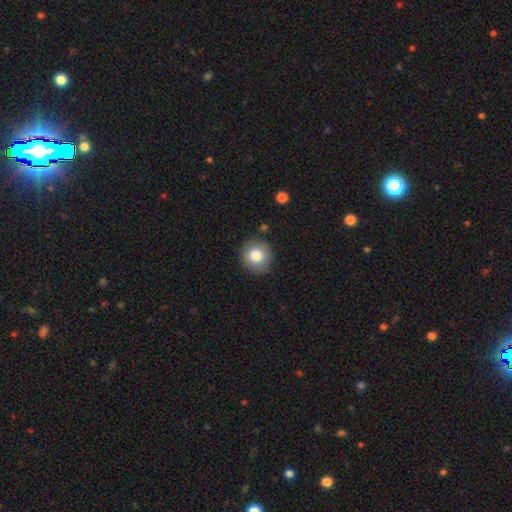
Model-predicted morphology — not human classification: A smooth galaxy with no disk features (82%) that is round (91%).

Vote fractions:
- Smooth or featured? smooth: 82% / featured or disk: 9% / star or artifact: 9%
- How rounded? round: 91% / in between: 9% / cigar-shaped: 1%
- Merging? none: 86% / minor disturbance: 10% / major disturbance: 2% / merger: 2%